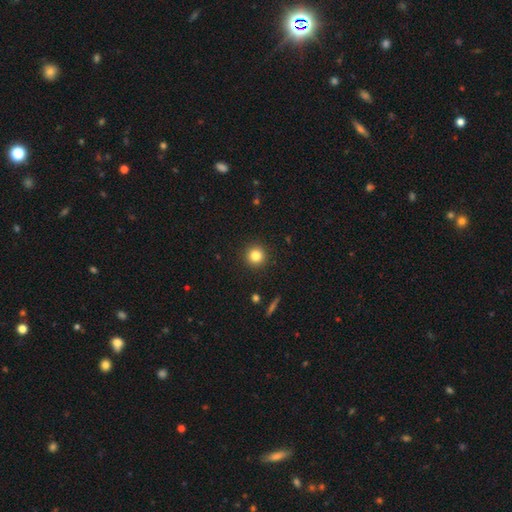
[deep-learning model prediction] This is clearly a smooth galaxy (83%). How rounded: clearly round (95%). Merging: clearly none (92%).